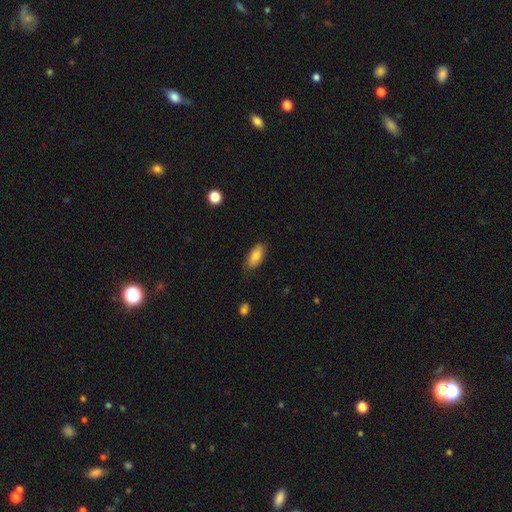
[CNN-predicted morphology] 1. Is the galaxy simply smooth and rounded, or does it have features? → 79% smooth, 15% featured or disk, 7% star or artifact.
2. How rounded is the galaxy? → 89% in between, 8% cigar-shaped, 3% round.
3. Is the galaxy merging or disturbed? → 79% none, 17% minor disturbance, 3% major disturbance, 1% merger.